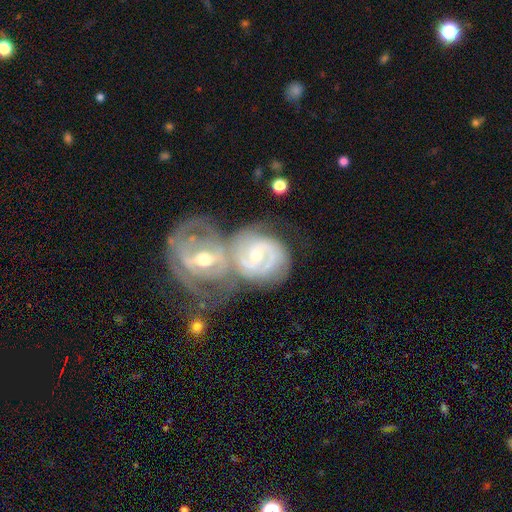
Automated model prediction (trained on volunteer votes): Q: Smooth or featured?
A: featured or disk (82%); runner-up: smooth (11%)
Q: Edge-on disk?
A: no (96%); runner-up: yes (4%)
Q: Bar?
A: no (44%); runner-up: weak (38%)
Q: Spiral arms?
A: yes (91%); runner-up: no (9%)
Q: Spiral winding?
A: tight (70%); runner-up: medium (25%)
Q: Spiral arm count?
A: 2 (41%); runner-up: can't tell (33%)
Q: Bulge size?
A: moderate (54%); runner-up: small (42%)
Q: Merging?
A: merger (71%); runner-up: none (18%)